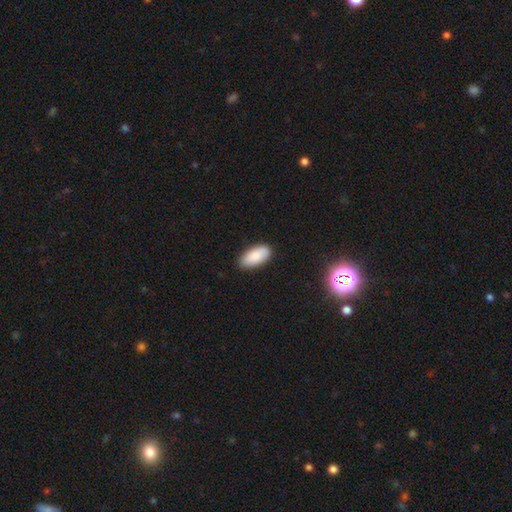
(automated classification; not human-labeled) Smooth or featured: smooth — 88% (star or artifact — 6%)
How rounded: in between — 93% (cigar-shaped — 5%)
Merging: none — 84% (minor disturbance — 12%)